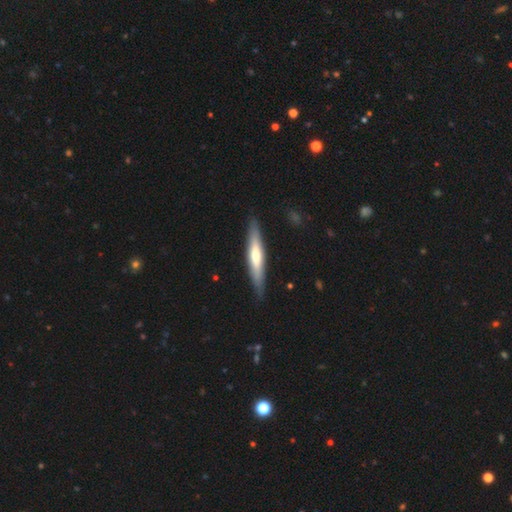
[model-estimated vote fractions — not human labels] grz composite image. It shows a smooth galaxy with no disk features (49%). Merging: none (86%).